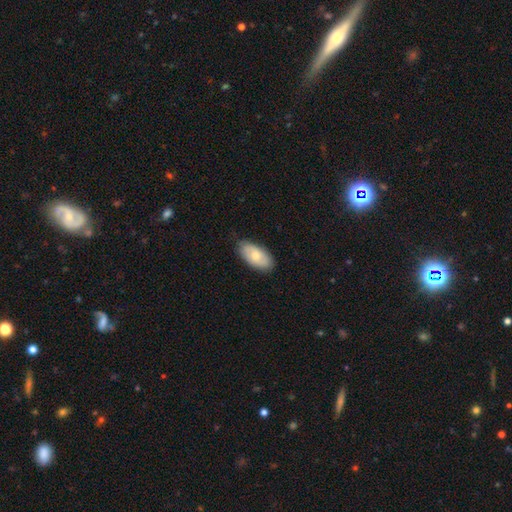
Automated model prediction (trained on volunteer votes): Overall: smooth (66%; featured or disk 28%). How rounded: in between (94%). Merging: none (81%).